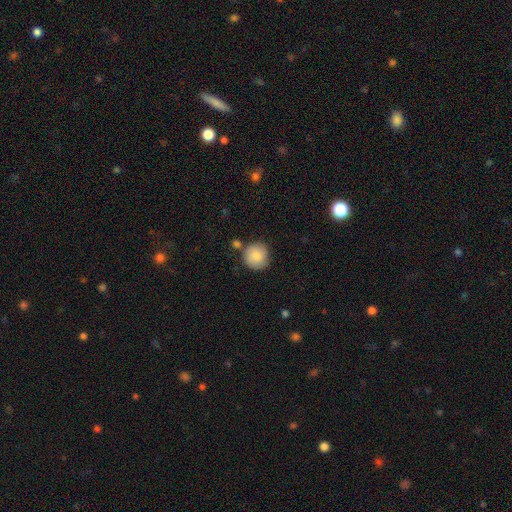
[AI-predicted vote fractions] Smooth or featured? smooth (84%)
How rounded? round (93%)
Merging? none (73%)